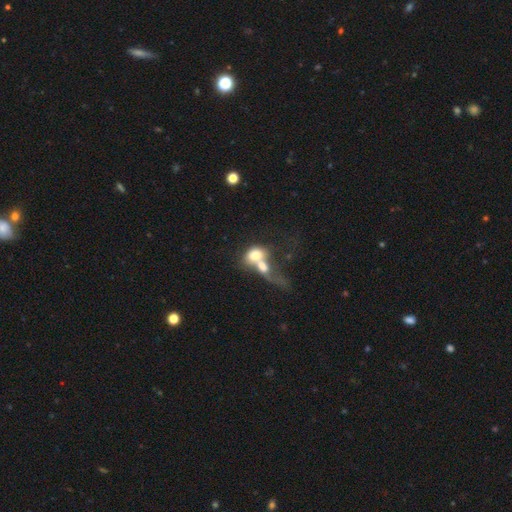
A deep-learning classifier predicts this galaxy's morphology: smooth-or-featured: smooth: 65% | featured or disk: 26% | star or artifact: 9%
  how-rounded: in between: 69% | round: 28% | cigar-shaped: 3%
  merging: merger: 75% | major disturbance: 11% | none: 9% | minor disturbance: 5%